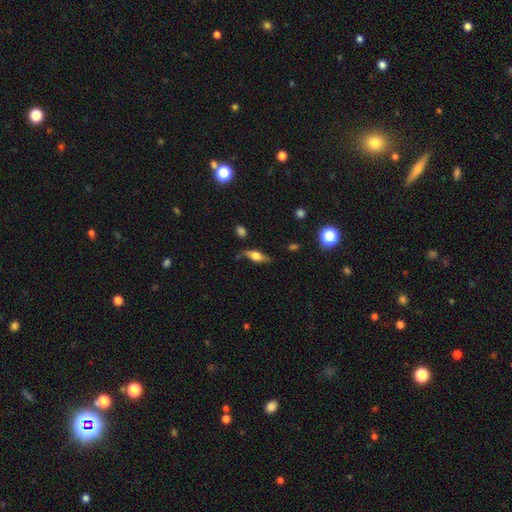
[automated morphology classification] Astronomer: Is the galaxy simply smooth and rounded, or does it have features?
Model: smooth — 49% (runner-up: featured or disk, 43%).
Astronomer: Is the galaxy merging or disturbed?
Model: none — 71%.